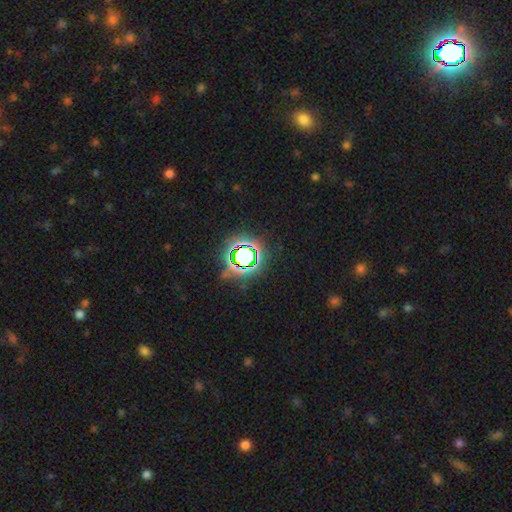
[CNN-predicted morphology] A star or artifact, not a galaxy (78%).

Vote fractions:
- Smooth or featured? star or artifact: 78% / smooth: 14% / featured or disk: 8%